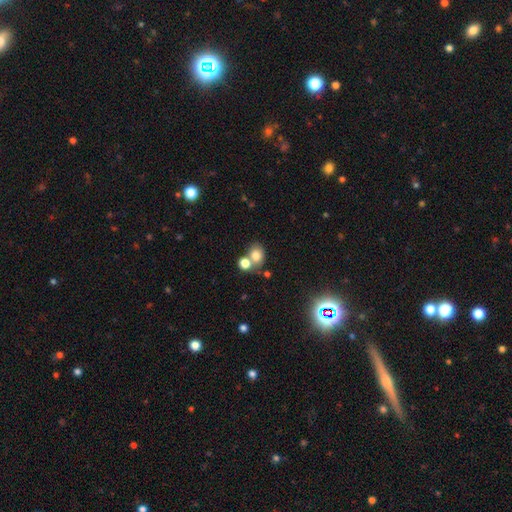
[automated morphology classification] Smooth or featured? Predicted: smooth (p=0.76). How rounded? Predicted: round (p=0.54). Merging? Predicted: none (p=0.49).